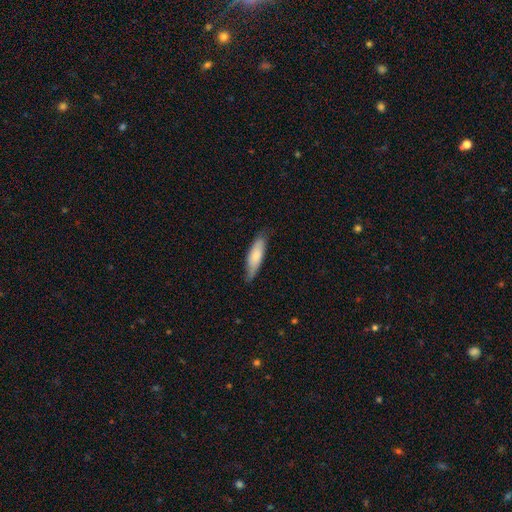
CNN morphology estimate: type=smooth (73%); roundness=cigar-shaped (55%); merging=none (74%).